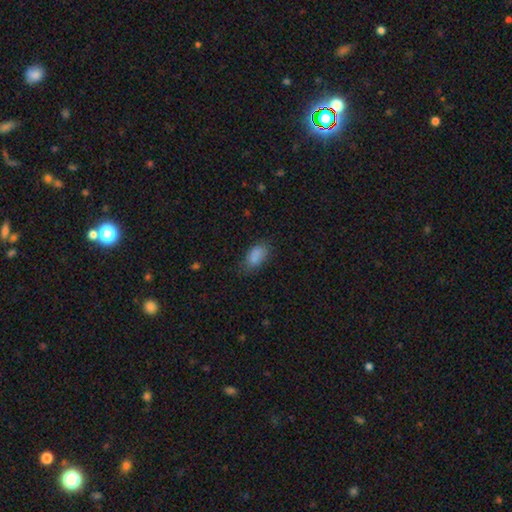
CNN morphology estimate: smooth-or-featured: smooth: 84% | star or artifact: 9% | featured or disk: 6%
  how-rounded: in between: 91% | round: 5% | cigar-shaped: 3%
  merging: none: 68% | minor disturbance: 23% | major disturbance: 7% | merger: 2%